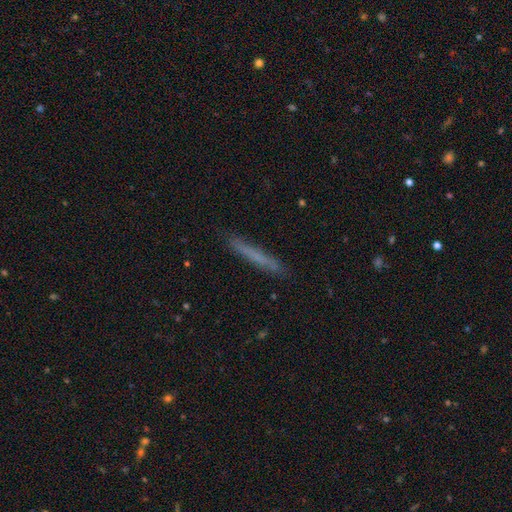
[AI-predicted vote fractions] The model was most divided on "smooth or featured": smooth: 63%, featured or disk: 30%, star or artifact: 8%. More confident: how rounded — cigar-shaped (96%); merging — none (88%).